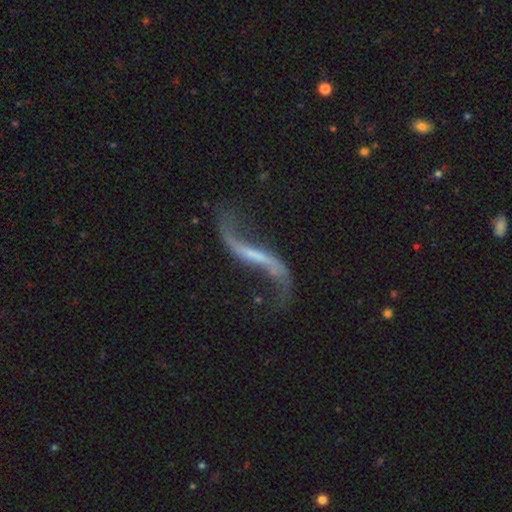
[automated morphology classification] Smooth or featured? Predicted: featured or disk (p=0.89). Edge-on disk? Predicted: no (p=0.89). Bar? Predicted: strong (p=0.45). Spiral arms? Predicted: yes (p=0.94). Spiral winding? Predicted: loose (p=0.95). Spiral arm count? Predicted: 2 (p=0.93). Bulge size? Predicted: none (p=0.48). Merging? Predicted: none (p=0.67).